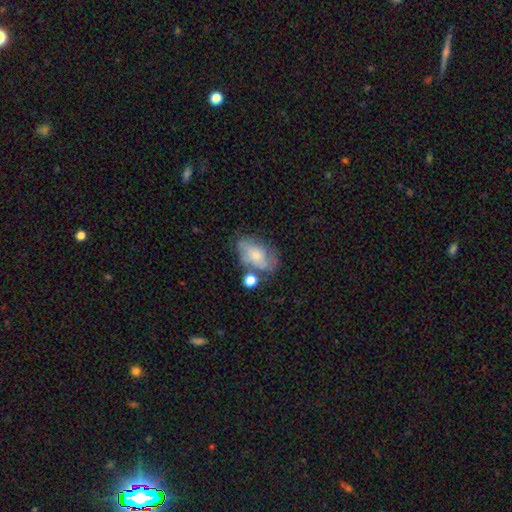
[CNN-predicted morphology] Smooth or featured?
  - smooth: 55% *
  - featured or disk: 36%
  - star or artifact: 9%
How rounded?
  - in between: 85% *
  - round: 13%
  - cigar-shaped: 2%
Merging?
  - none: 41% *
  - minor disturbance: 27%
  - merger: 16%
  - major disturbance: 16%